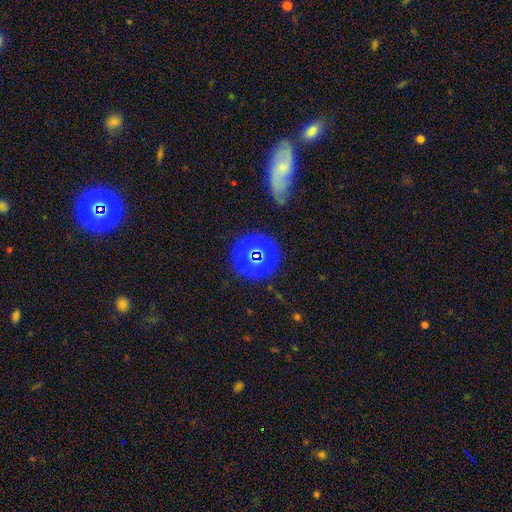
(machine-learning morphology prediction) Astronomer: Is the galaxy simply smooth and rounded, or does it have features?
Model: star or artifact — 62%.